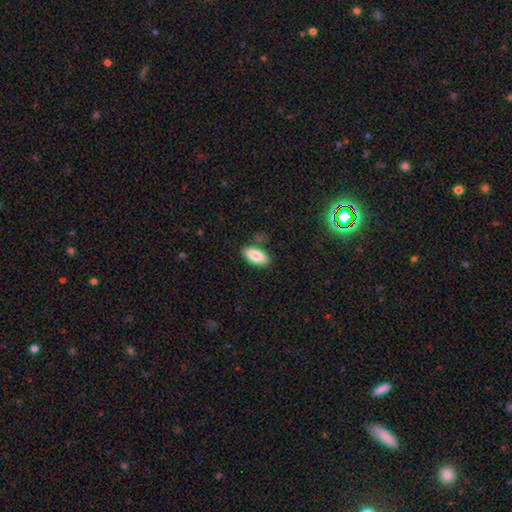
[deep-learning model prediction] Smooth or featured? Predicted: smooth (p=0.86). How rounded? Predicted: in between (p=0.92). Merging? Predicted: none (p=0.81).